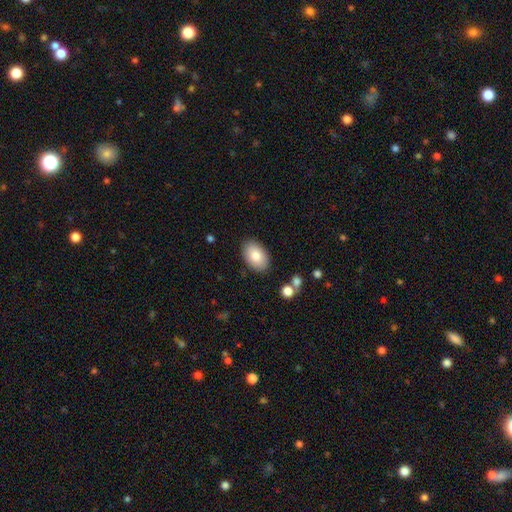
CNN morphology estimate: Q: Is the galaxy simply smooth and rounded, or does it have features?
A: smooth — 84%.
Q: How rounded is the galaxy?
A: in between — 90%.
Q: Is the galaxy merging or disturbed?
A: none — 86%.